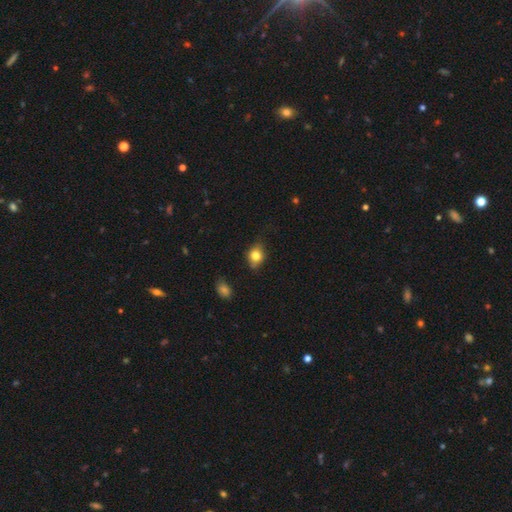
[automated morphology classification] smooth 80%, star or artifact 10%, featured or disk 10%. Down the decision tree: how rounded — round (53%); merging — none (70%).